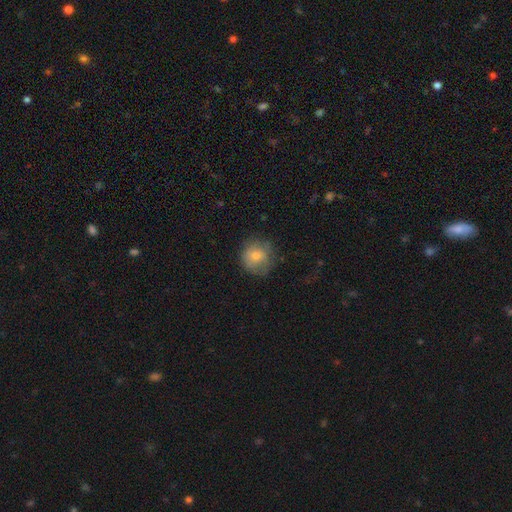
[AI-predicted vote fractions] A smooth galaxy with no disk features (73%) that is round (87%). Merging: none (70%).